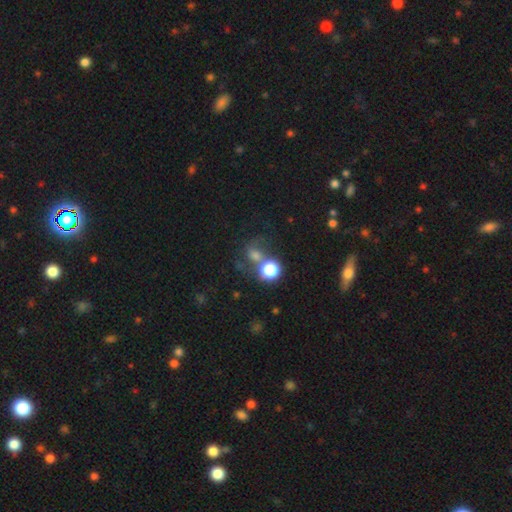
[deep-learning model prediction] A smooth galaxy with no disk features (56%) that is round (73%). Merging: none (42%).